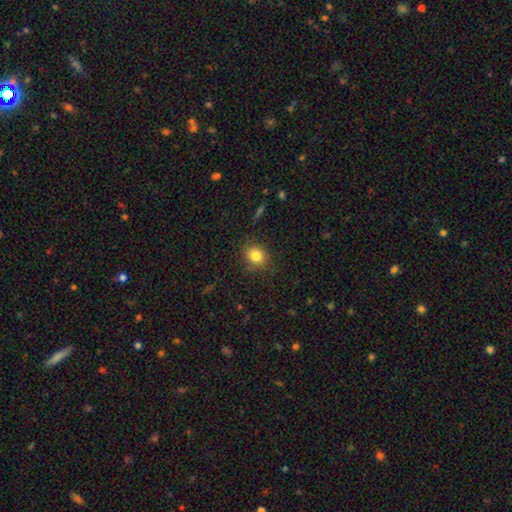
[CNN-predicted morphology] type=smooth (82%); roundness=round (75%); merging=none (85%).